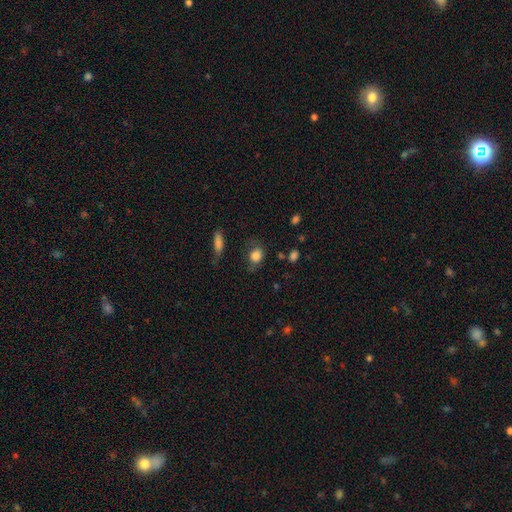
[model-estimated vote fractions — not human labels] The model was most divided on "how rounded": in between: 50%, round: 48%, cigar-shaped: 2%. More confident: smooth or featured — smooth (82%); merging — none (56%).